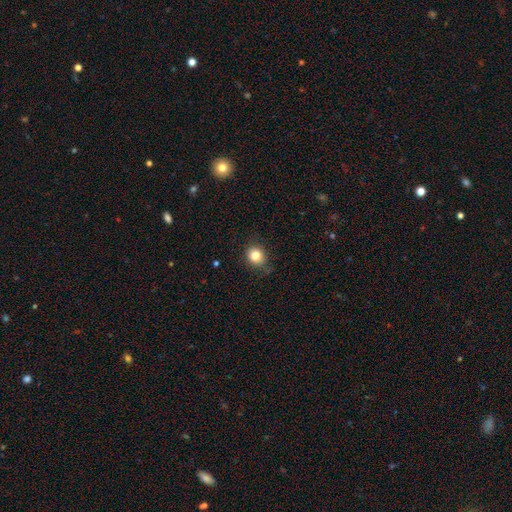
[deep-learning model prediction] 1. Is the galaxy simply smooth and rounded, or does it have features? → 82% smooth, 11% star or artifact, 7% featured or disk.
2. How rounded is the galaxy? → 77% round, 22% in between, 1% cigar-shaped.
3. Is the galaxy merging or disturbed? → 80% none, 16% minor disturbance, 3% major disturbance, 1% merger.